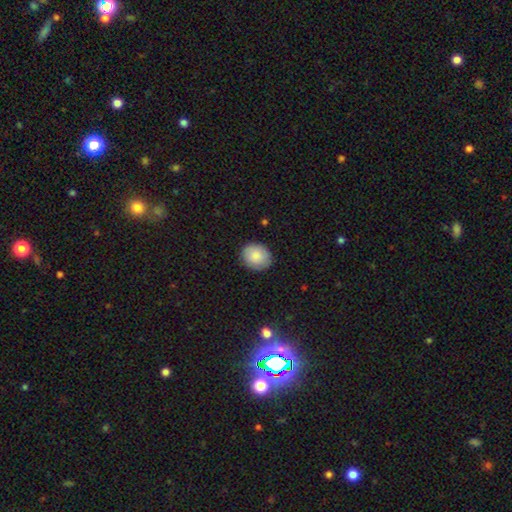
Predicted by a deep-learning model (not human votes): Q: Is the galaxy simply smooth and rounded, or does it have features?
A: smooth — 86%.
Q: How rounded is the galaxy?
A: round — 70%.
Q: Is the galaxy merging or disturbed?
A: none — 87%.